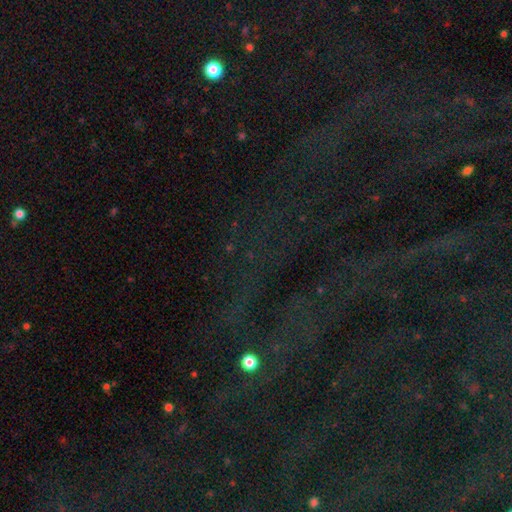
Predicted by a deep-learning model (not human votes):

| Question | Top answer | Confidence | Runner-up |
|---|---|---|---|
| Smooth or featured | star or artifact | 76% | smooth (12%) |